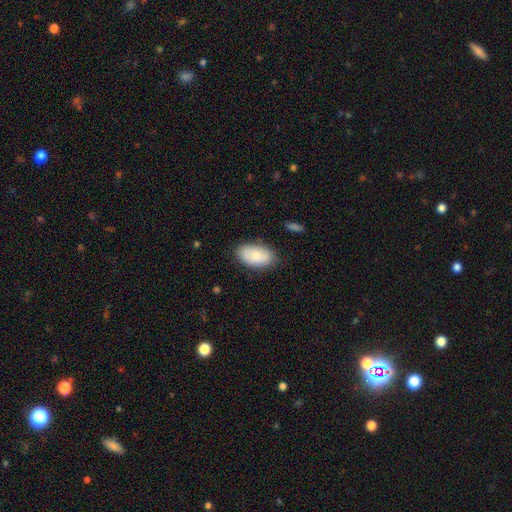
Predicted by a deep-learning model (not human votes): The model was most divided on "smooth or featured": smooth: 77%, featured or disk: 16%, star or artifact: 6%. More confident: how rounded — in between (94%); merging — none (81%).